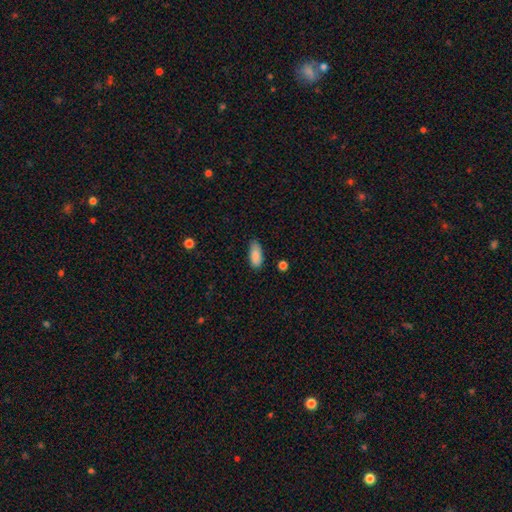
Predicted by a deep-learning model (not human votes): Smooth or featured?
  - smooth: 88% *
  - star or artifact: 7%
  - featured or disk: 5%
How rounded?
  - in between: 84% *
  - cigar-shaped: 13%
  - round: 2%
Merging?
  - none: 75% *
  - minor disturbance: 20%
  - major disturbance: 3%
  - merger: 2%